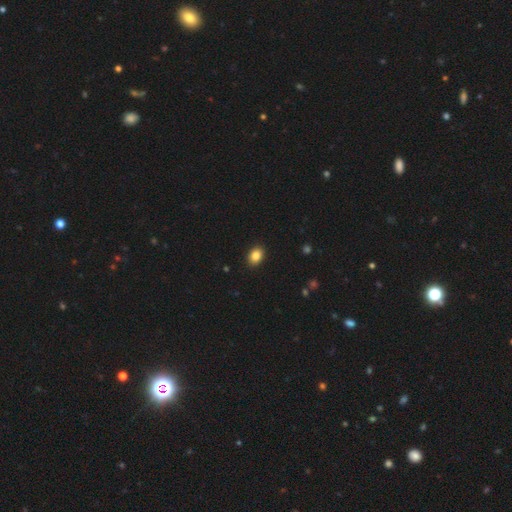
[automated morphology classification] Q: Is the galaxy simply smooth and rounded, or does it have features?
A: smooth — 86%.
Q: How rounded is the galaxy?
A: in between — 68%.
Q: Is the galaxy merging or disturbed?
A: none — 91%.